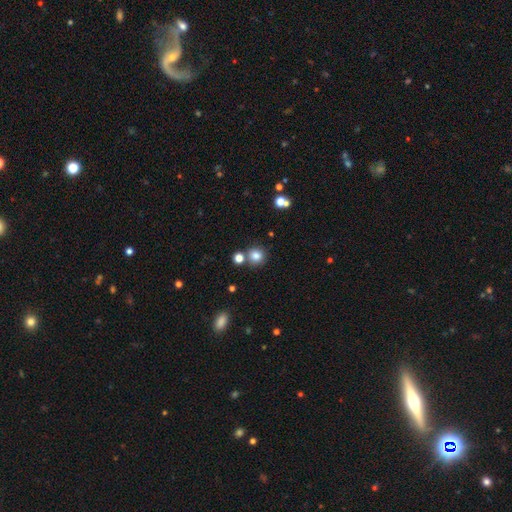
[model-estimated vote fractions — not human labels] Smooth or featured: smooth — 81% (star or artifact — 13%)
How rounded: round — 92% (in between — 7%)
Merging: none — 76% (merger — 13%)